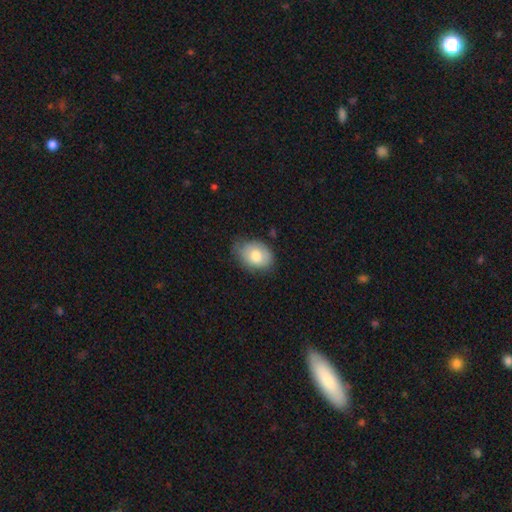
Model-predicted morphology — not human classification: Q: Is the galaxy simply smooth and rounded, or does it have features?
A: smooth — 75%.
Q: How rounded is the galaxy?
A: in between — 74%.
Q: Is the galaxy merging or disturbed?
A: none — 64%.